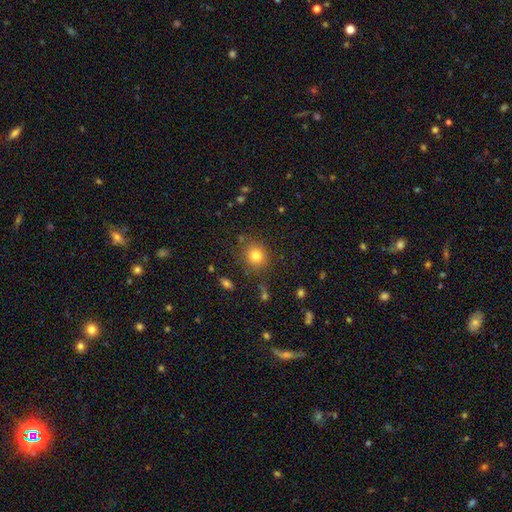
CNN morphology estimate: Smooth or featured: smooth — 81% (star or artifact — 12%)
How rounded: round — 83% (in between — 16%)
Merging: none — 82% (minor disturbance — 11%)